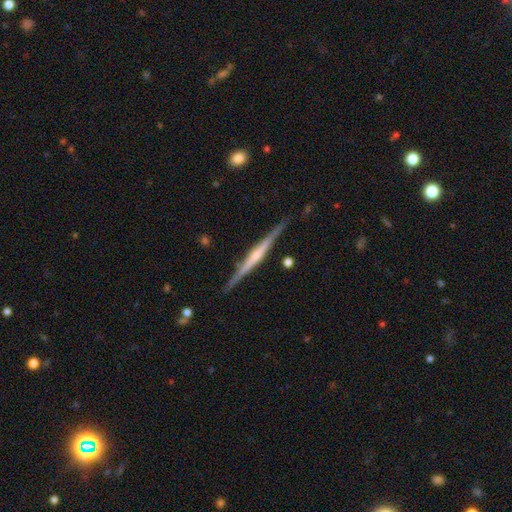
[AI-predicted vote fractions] Q: Smooth or featured?
A: featured or disk (77%); runner-up: smooth (18%)
Q: Edge-on disk?
A: yes (98%); runner-up: no (2%)
Q: Edge-on bulge?
A: rounded (52%); runner-up: none (34%)
Q: Merging?
A: none (88%); runner-up: minor disturbance (9%)